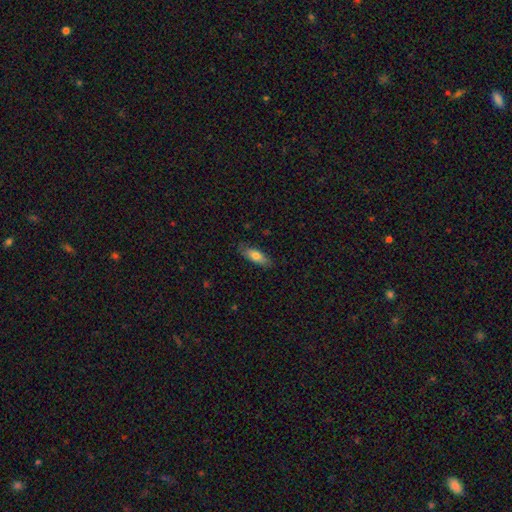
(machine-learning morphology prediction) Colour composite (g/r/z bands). It shows a smooth galaxy with no disk features (74%) that is in between round and cigar-shaped (64%). Merging: none (80%).